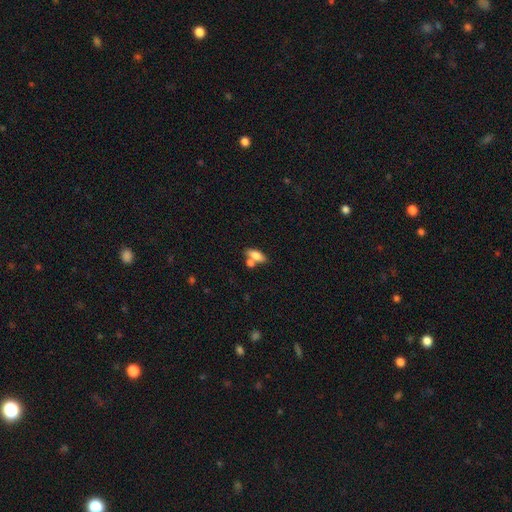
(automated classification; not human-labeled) smooth-or-featured: smooth: 76% | featured or disk: 16% | star or artifact: 7%
  how-rounded: in between: 77% | cigar-shaped: 18% | round: 4%
  merging: none: 50% | merger: 34% | minor disturbance: 12% | major disturbance: 4%